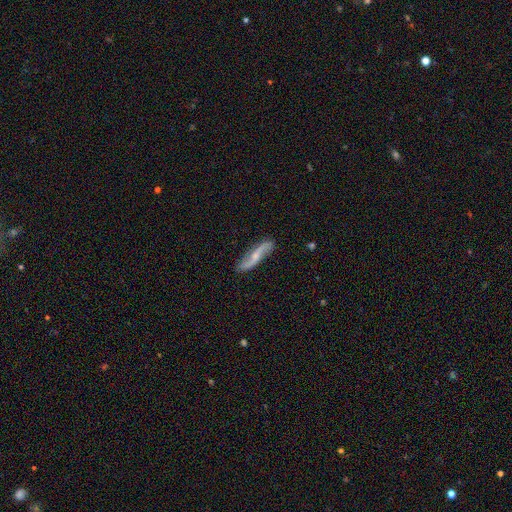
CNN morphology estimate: type=featured or disk (77%); edge-on=no (78%); bar=no (46%); spiral arms=yes (94%); winding=loose (81%); arm count=2 (93%); bulge=small (56%); merging=none (85%).